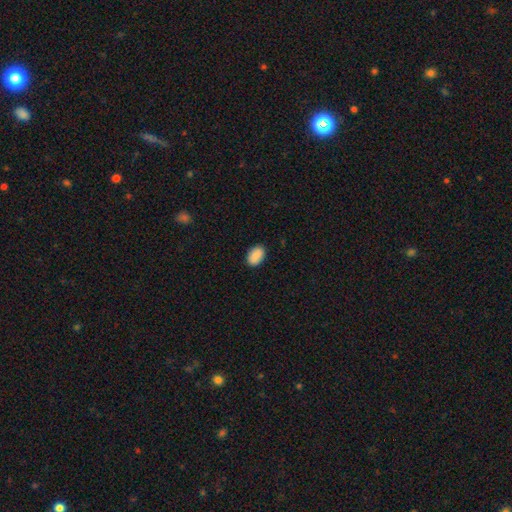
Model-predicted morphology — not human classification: Smooth or featured?
  - smooth: 90% *
  - star or artifact: 7%
  - featured or disk: 3%
How rounded?
  - in between: 88% *
  - round: 11%
  - cigar-shaped: 1%
Merging?
  - none: 89% *
  - minor disturbance: 9%
  - major disturbance: 2%
  - merger: 1%